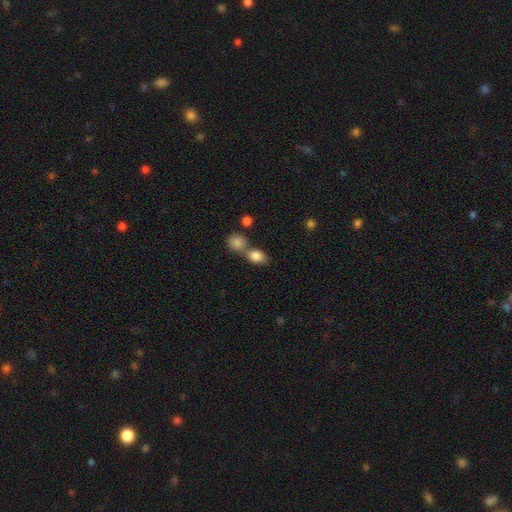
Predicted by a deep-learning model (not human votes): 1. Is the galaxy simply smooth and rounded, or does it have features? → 84% smooth, 8% star or artifact, 8% featured or disk.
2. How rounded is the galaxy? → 68% in between, 30% round, 2% cigar-shaped.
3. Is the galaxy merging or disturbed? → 51% merger, 37% none, 8% minor disturbance, 3% major disturbance.